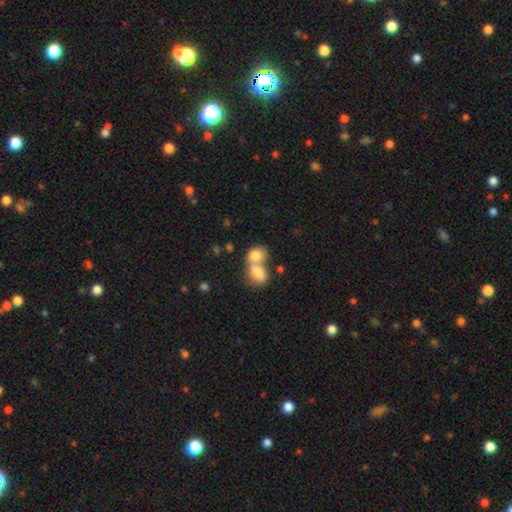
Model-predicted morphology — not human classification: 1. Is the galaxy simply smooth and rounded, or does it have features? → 79% smooth, 13% featured or disk, 8% star or artifact.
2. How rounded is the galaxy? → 62% in between, 36% round, 2% cigar-shaped.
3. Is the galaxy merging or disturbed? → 71% merger, 20% none, 6% minor disturbance, 3% major disturbance.